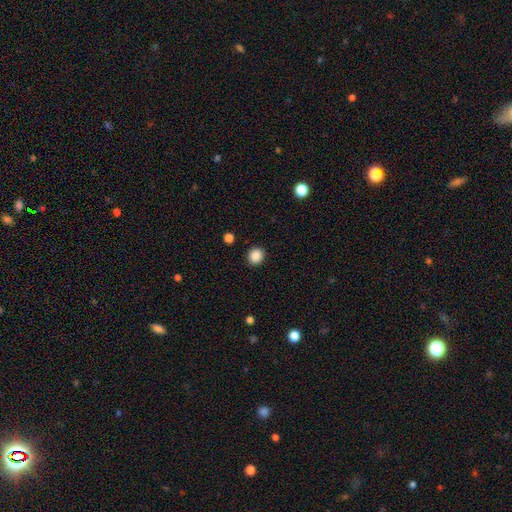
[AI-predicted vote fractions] Smooth or featured? smooth (88%)
How rounded? round (83%)
Merging? none (90%)